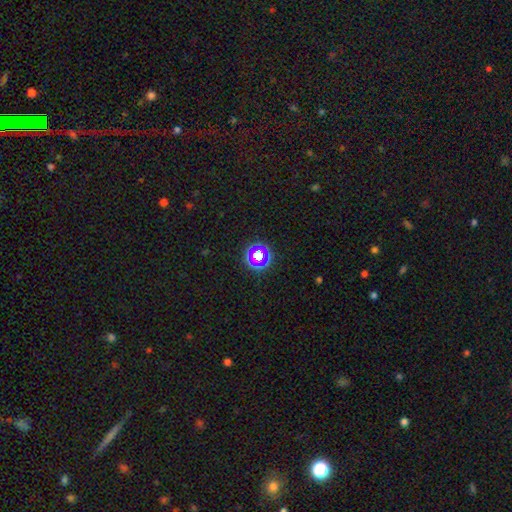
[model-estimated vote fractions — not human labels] Smooth or featured: star or artifact — 53% (smooth — 35%)